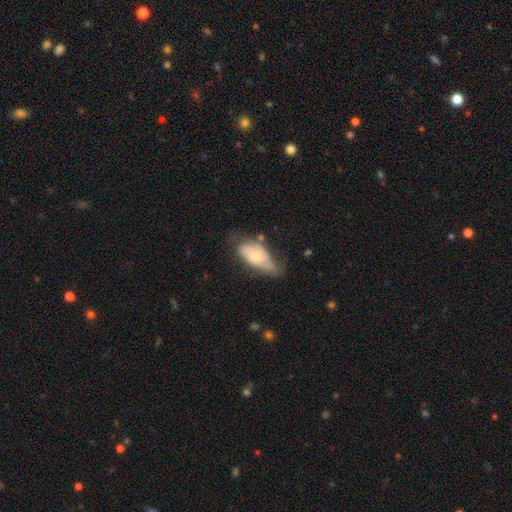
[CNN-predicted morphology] smooth-or-featured: smooth: 54% | featured or disk: 39% | star or artifact: 7%
  how-rounded: in between: 88% | cigar-shaped: 8% | round: 3%
  merging: none: 41% | minor disturbance: 38% | major disturbance: 15% | merger: 5%